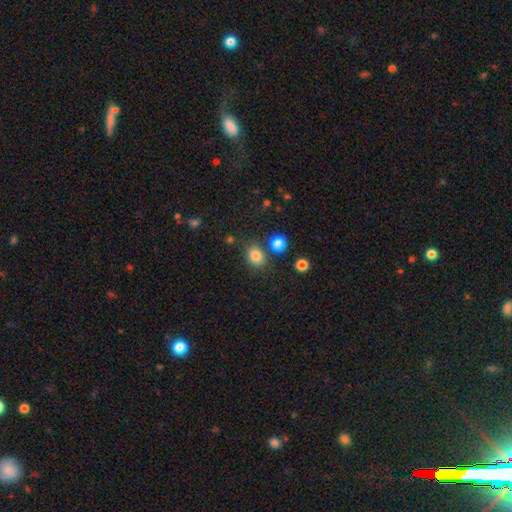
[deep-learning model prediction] A smooth galaxy with no disk features (83%) that is in between round and cigar-shaped (53%). Merging: none (77%).